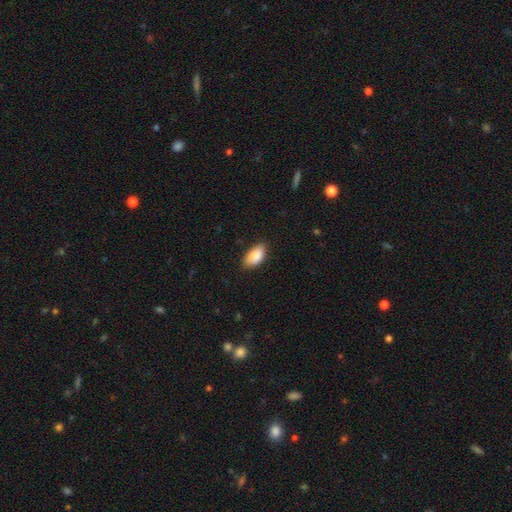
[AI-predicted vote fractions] Smooth or featured? Predicted: smooth (p=0.88). How rounded? Predicted: in between (p=0.93). Merging? Predicted: none (p=0.77).